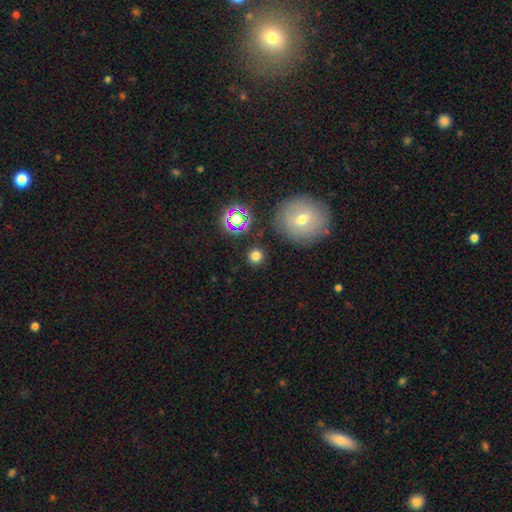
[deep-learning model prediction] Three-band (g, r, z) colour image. It shows a smooth galaxy with no disk features (74%) that is round (92%). Merging: none (87%).